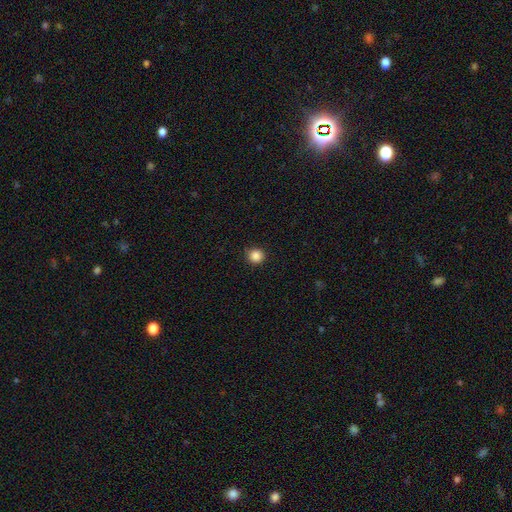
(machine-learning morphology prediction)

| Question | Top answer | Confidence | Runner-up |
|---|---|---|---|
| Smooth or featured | smooth | 86% | star or artifact (11%) |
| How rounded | round | 94% | in between (5%) |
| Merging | none | 88% | minor disturbance (9%) |